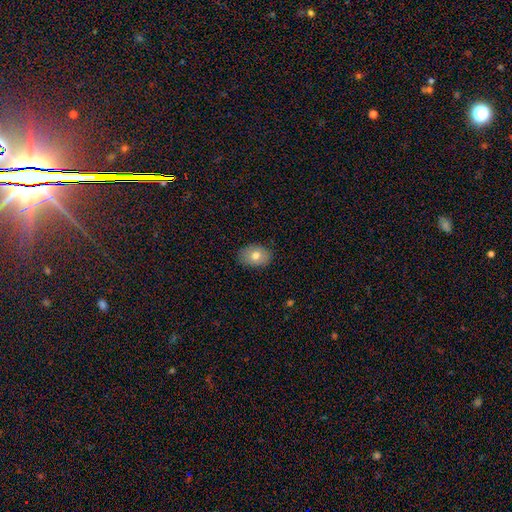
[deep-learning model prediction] Overall: smooth (75%). How rounded: in between (73%). Merging: none (85%).